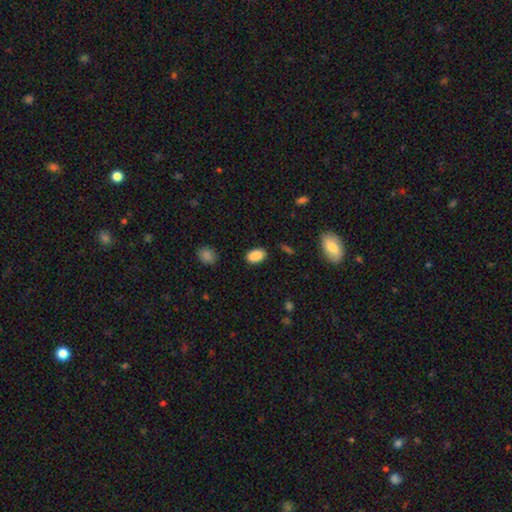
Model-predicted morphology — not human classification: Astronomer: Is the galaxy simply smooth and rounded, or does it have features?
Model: smooth — 89%.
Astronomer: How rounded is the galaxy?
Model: in between — 90%.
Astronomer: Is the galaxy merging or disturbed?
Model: none — 87%.